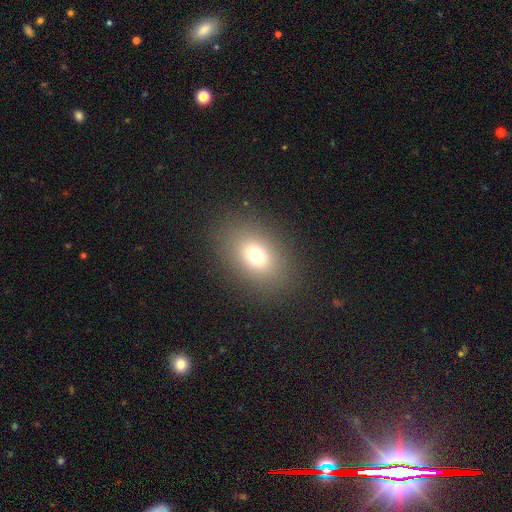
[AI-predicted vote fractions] Smooth or featured: smooth — 71% (star or artifact — 16%)
How rounded: in between — 69% (round — 30%)
Merging: none — 85% (minor disturbance — 9%)